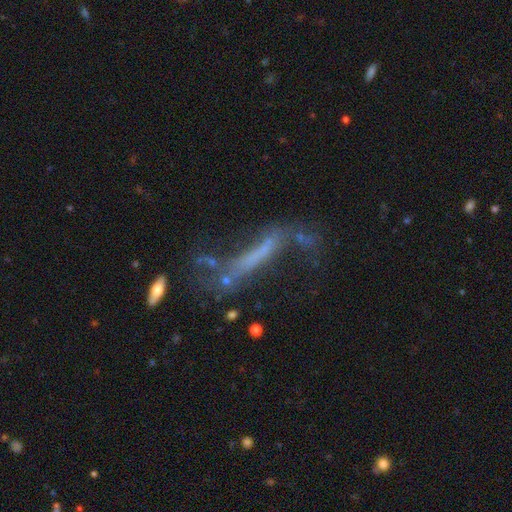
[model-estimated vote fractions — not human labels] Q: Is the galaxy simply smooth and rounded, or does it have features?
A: featured or disk — 56%.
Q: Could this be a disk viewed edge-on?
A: no — 60%.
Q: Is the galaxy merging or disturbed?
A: none — 35%.